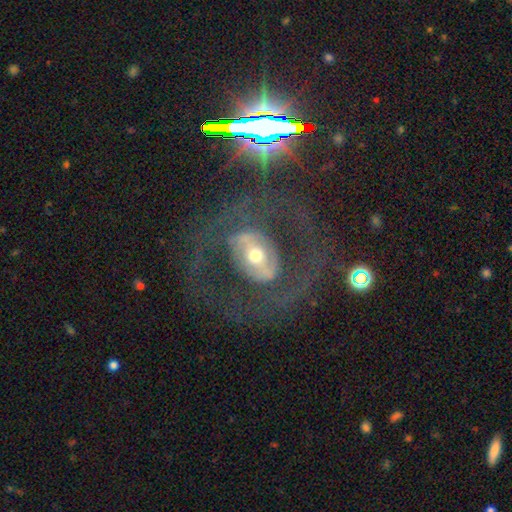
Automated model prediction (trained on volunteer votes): Smooth or featured?
  - featured or disk: 76% *
  - smooth: 15%
  - star or artifact: 9%
Edge-on disk?
  - no: 95% *
  - yes: 5%
Bar?
  - strong: 37% *
  - weak: 32%
  - no: 31%
Spiral arms?
  - yes: 65% *
  - no: 35%
Bulge size?
  - moderate: 64% *
  - small: 25%
  - large: 9%
  - dominant: 2%
  - none: 1%
Merging?
  - none: 66% *
  - major disturbance: 18%
  - minor disturbance: 12%
  - merger: 3%